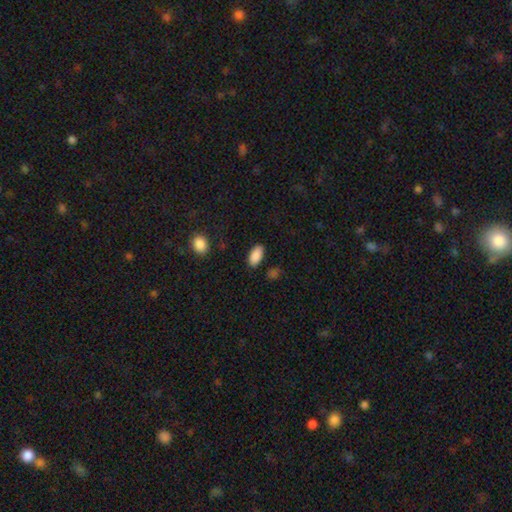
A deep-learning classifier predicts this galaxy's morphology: Q: Smooth or featured?
A: smooth (89%); runner-up: star or artifact (7%)
Q: How rounded?
A: in between (93%); runner-up: cigar-shaped (4%)
Q: Merging?
A: none (84%); runner-up: minor disturbance (11%)